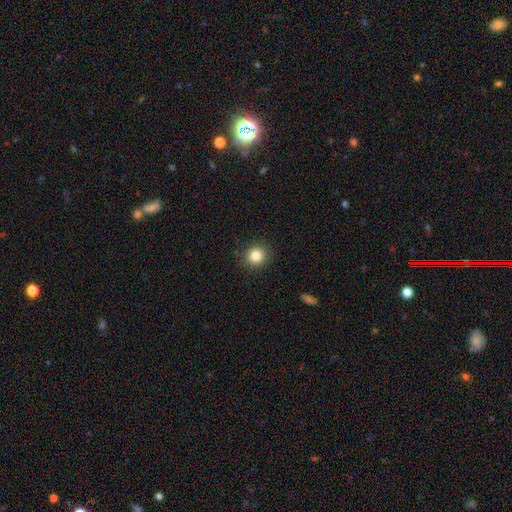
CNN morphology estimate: This appears to be a smooth galaxy with no disk features (83%) that is round (89%). Merging: none (90%).